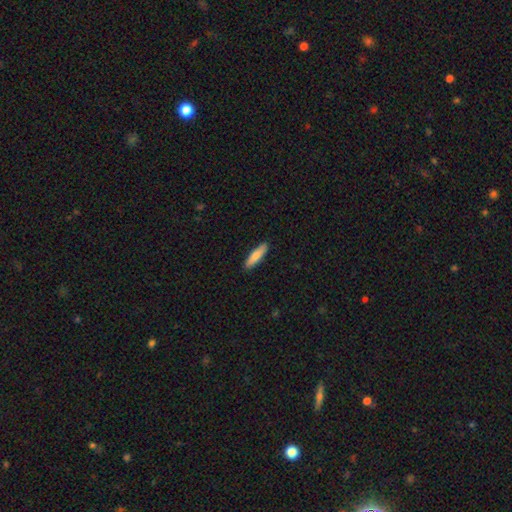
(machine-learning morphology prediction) This appears to be a smooth galaxy with no disk features (79%) that is cigar-shaped (72%). Merging: none (90%).